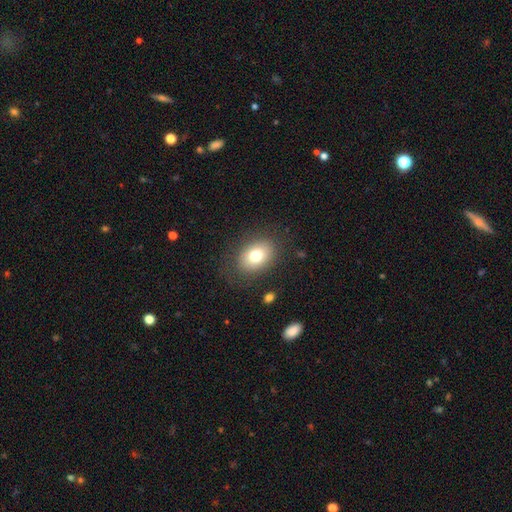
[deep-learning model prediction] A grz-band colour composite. It shows a smooth galaxy with no disk features (76%) that is in between round and cigar-shaped (74%). Merging: none (80%).